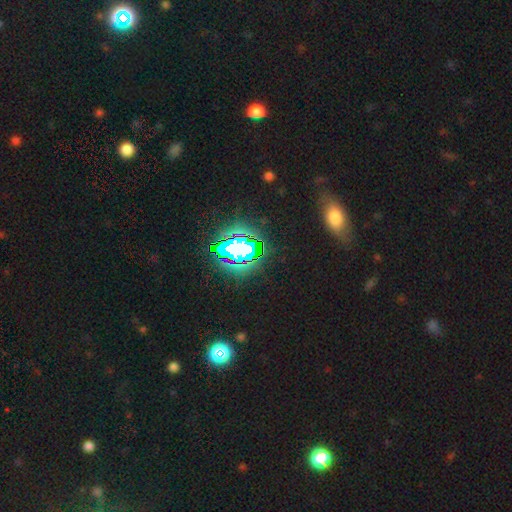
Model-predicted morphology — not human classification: Q: Smooth or featured?
A: star or artifact (69%); runner-up: smooth (17%)